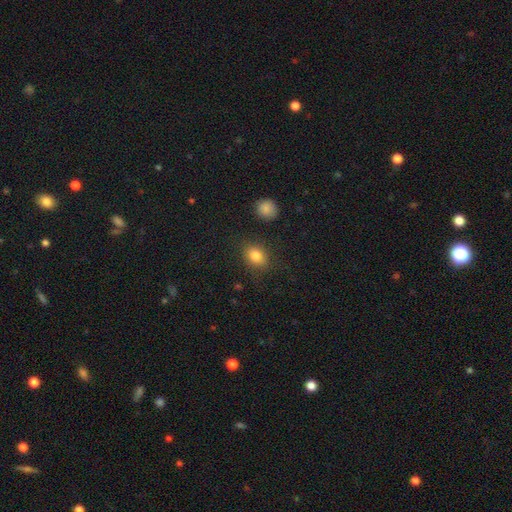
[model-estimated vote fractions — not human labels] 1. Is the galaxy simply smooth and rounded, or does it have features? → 83% smooth, 10% star or artifact, 7% featured or disk.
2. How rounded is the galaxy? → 59% in between, 40% round, 1% cigar-shaped.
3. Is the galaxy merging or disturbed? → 82% none, 12% minor disturbance, 4% major disturbance, 2% merger.